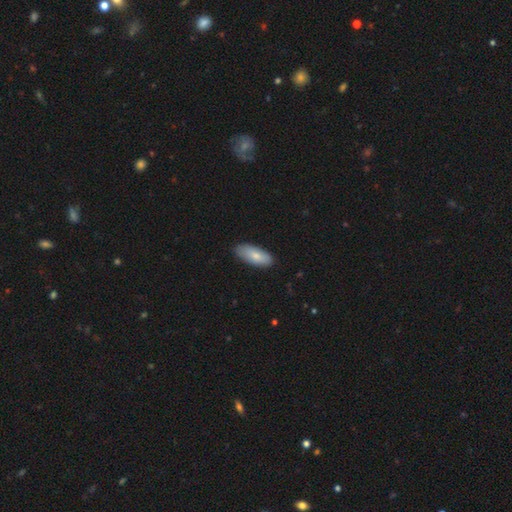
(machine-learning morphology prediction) Smooth or featured? Predicted: smooth (p=0.79). How rounded? Predicted: in between (p=0.83). Merging? Predicted: none (p=0.85).